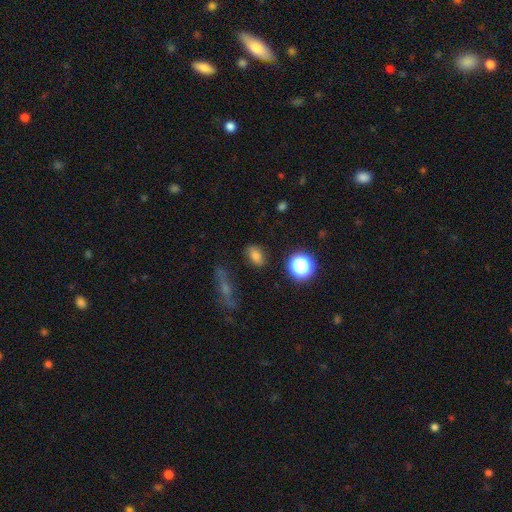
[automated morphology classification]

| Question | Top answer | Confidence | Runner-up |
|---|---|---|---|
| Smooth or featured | smooth | 71% | star or artifact (19%) |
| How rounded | in between | 75% | round (22%) |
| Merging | none | 82% | minor disturbance (12%) |